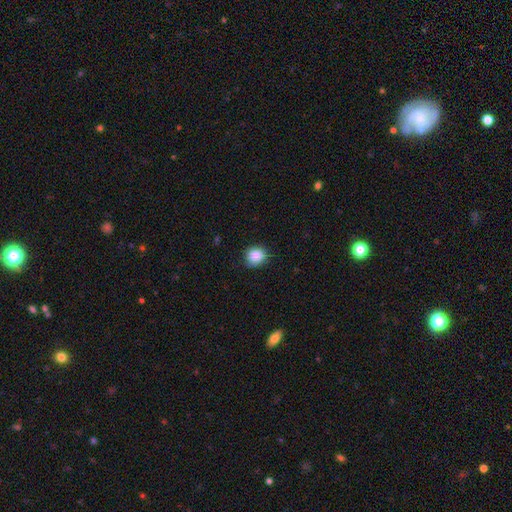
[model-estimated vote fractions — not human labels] Overall: smooth (88%). How rounded: round (76%). Merging: none (78%).